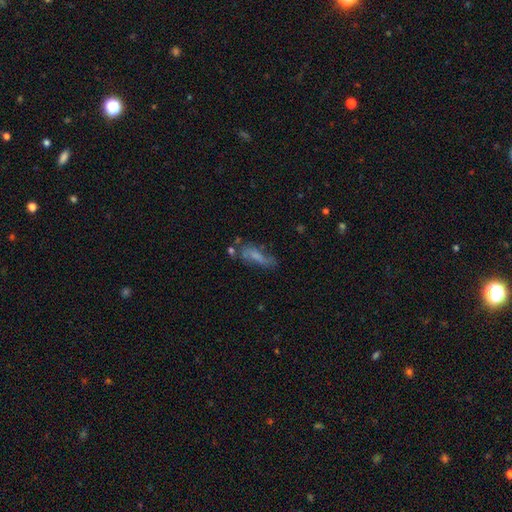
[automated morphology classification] smooth_or_featured: smooth (p=0.51) [alt: featured or disk p=0.38]
how_rounded: in between (p=0.55) [alt: cigar-shaped p=0.41]
merging: none (p=0.46) [alt: minor disturbance p=0.25]